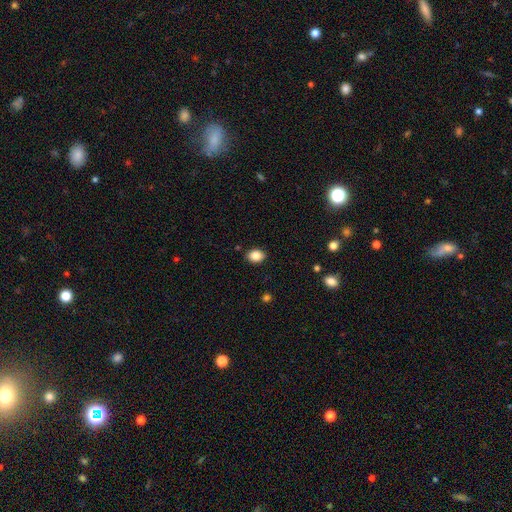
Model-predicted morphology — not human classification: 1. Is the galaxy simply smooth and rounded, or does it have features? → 86% smooth, 9% star or artifact, 5% featured or disk.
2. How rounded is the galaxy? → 66% in between, 33% round, 1% cigar-shaped.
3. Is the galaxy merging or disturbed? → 88% none, 8% minor disturbance, 2% major disturbance, 1% merger.